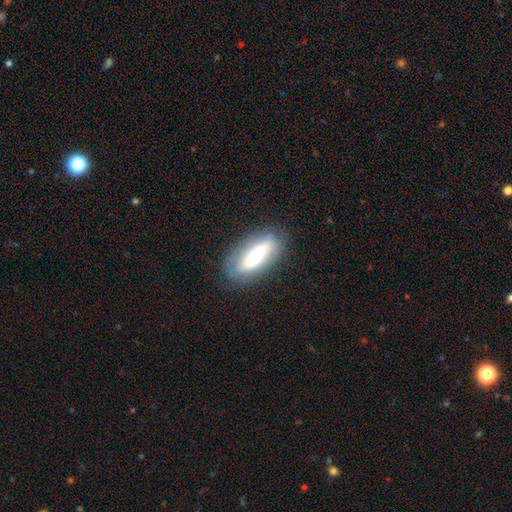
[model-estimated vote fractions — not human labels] smooth-or-featured: smooth: 52% | featured or disk: 40% | star or artifact: 8%
  how-rounded: in between: 72% | cigar-shaped: 25% | round: 3%
  merging: none: 80% | minor disturbance: 14% | major disturbance: 4% | merger: 1%